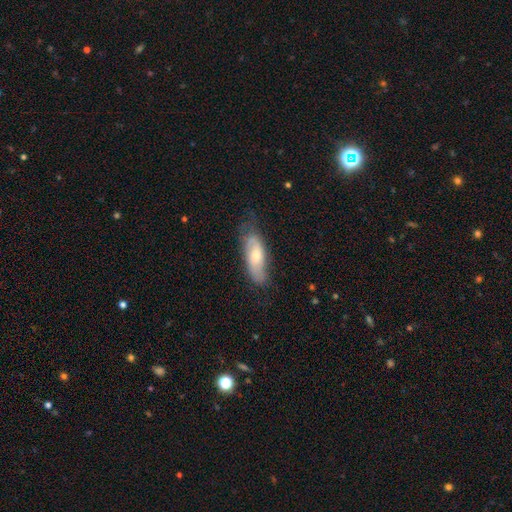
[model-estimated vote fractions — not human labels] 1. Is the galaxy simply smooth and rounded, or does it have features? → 56% smooth, 37% featured or disk, 6% star or artifact.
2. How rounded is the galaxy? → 66% in between, 32% cigar-shaped, 2% round.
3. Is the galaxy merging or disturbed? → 59% none, 29% minor disturbance, 10% major disturbance, 2% merger.